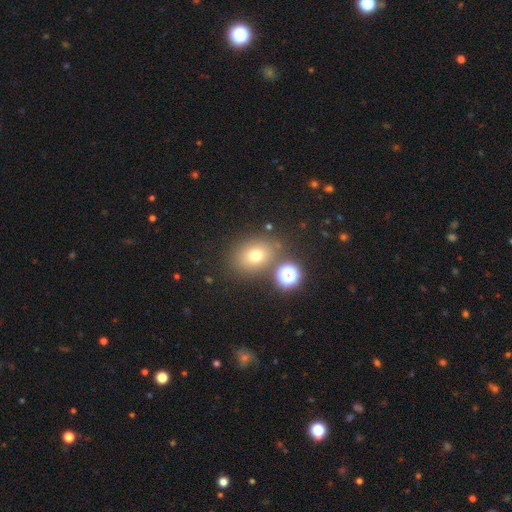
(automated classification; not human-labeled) This appears to be a smooth galaxy with no disk features (70%) that is in between round and cigar-shaped (50%). Merging: none (76%).